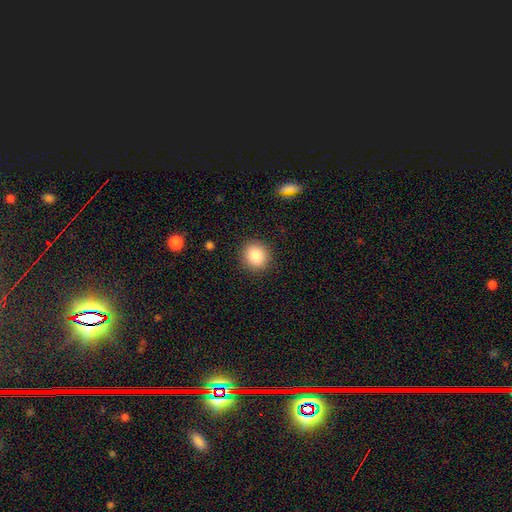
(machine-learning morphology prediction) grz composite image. It shows a smooth galaxy with no disk features (86%) that is round (87%). Merging: none (89%).